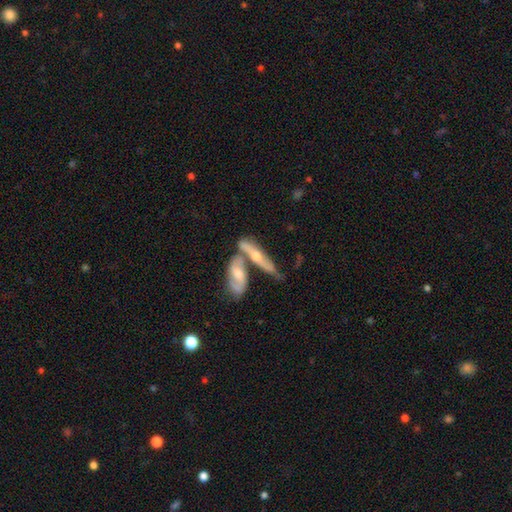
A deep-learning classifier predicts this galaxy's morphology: Overall: featured or disk (52%; smooth 32%). Edge-on disk: no (52%; yes 48%). Merging: merger (44%; none 36%).